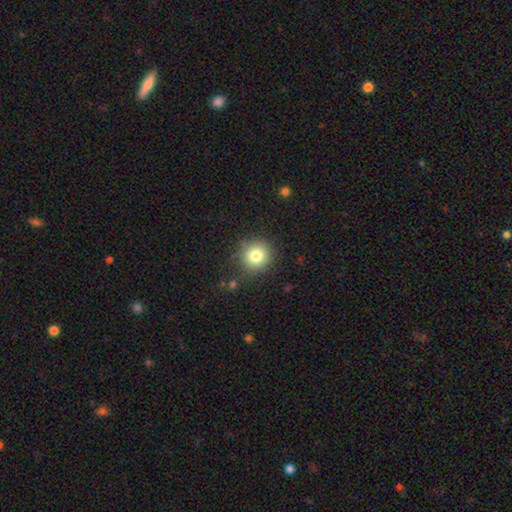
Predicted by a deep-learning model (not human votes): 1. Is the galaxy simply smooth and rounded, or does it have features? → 80% smooth, 12% star or artifact, 8% featured or disk.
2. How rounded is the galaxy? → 92% round, 7% in between, 1% cigar-shaped.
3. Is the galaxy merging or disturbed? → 85% none, 9% minor disturbance, 3% major disturbance, 2% merger.